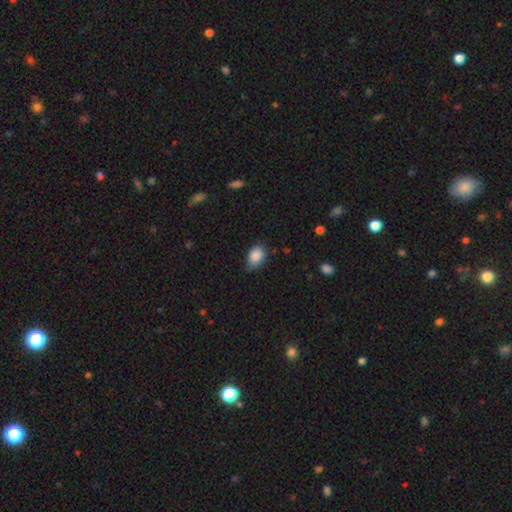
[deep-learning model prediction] A smooth galaxy with no disk features (88%) that is in between round and cigar-shaped (77%).

Vote fractions:
- Smooth or featured? smooth: 88% / star or artifact: 8% / featured or disk: 4%
- How rounded? in between: 77% / round: 21% / cigar-shaped: 1%
- Merging? none: 64% / minor disturbance: 30% / major disturbance: 5% / merger: 1%